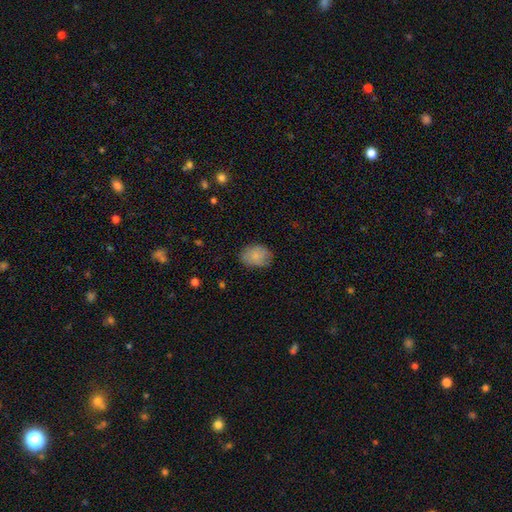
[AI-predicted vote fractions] smooth_or_featured: smooth (p=0.80) [alt: featured or disk p=0.12]
how_rounded: in between (p=0.68) [alt: round p=0.31]
merging: none (p=0.77) [alt: minor disturbance p=0.18]